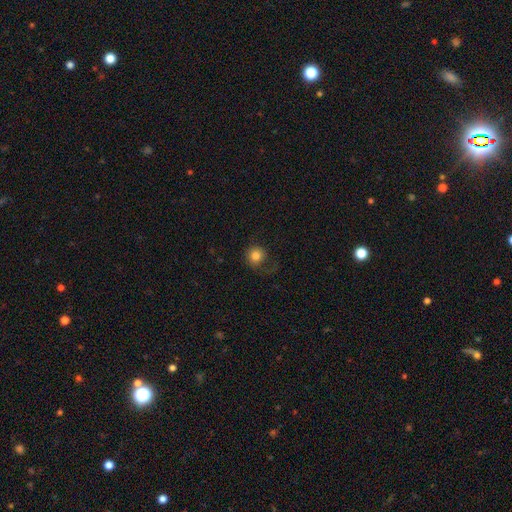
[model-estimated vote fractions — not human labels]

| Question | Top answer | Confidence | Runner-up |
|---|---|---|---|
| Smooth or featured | smooth | 81% | star or artifact (10%) |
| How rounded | round | 91% | in between (8%) |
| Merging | none | 66% | minor disturbance (17%) |